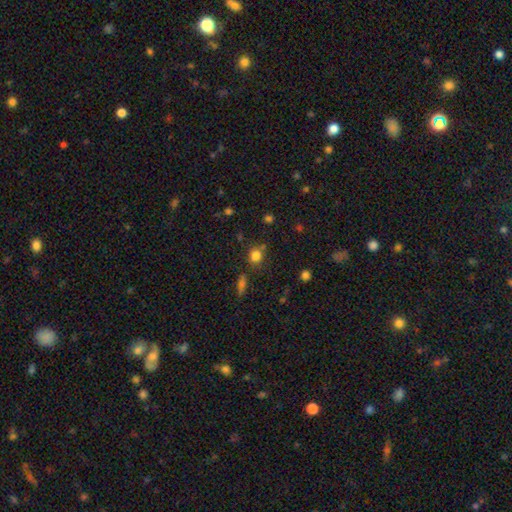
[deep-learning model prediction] Smooth or featured: smooth — 80% (star or artifact — 14%)
How rounded: round — 76% (in between — 22%)
Merging: none — 71% (minor disturbance — 14%)